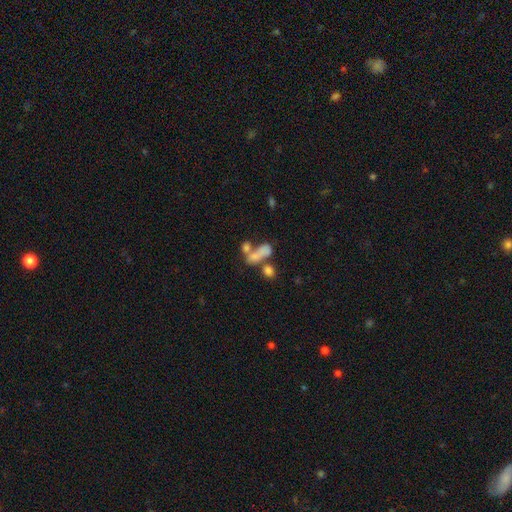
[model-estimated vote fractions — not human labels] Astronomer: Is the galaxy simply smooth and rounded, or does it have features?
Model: smooth — 57%.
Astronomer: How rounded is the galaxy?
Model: in between — 68%.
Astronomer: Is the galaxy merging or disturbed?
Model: merger — 54%.